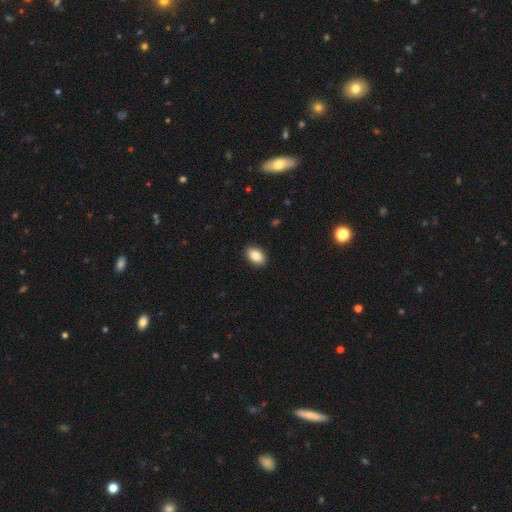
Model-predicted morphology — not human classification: A smooth galaxy with no disk features (87%) that is in between round and cigar-shaped (90%).

Vote fractions:
- Smooth or featured? smooth: 87% / star or artifact: 7% / featured or disk: 5%
- How rounded? in between: 90% / round: 9% / cigar-shaped: 2%
- Merging? none: 91% / minor disturbance: 7% / major disturbance: 2% / merger: 1%